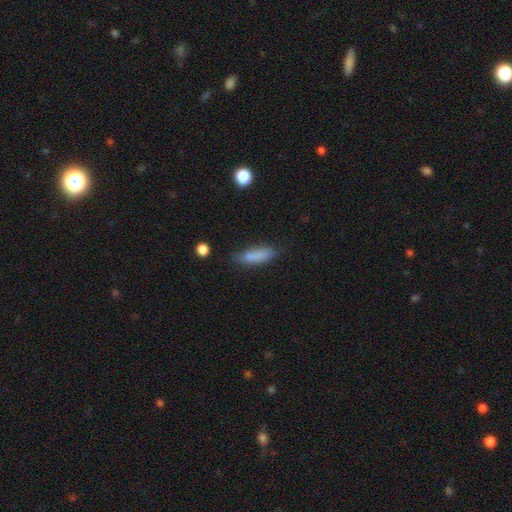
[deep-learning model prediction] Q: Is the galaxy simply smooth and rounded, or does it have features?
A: smooth — 83%.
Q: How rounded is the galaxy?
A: in between — 53%.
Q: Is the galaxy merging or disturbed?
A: none — 67%.